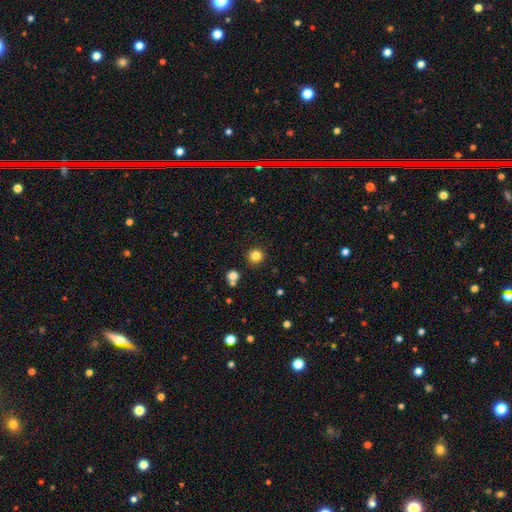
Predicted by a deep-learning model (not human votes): A smooth galaxy with no disk features (83%) that is round (94%).

Vote fractions:
- Smooth or featured? smooth: 83% / star or artifact: 13% / featured or disk: 5%
- How rounded? round: 94% / in between: 5% / cigar-shaped: 1%
- Merging? none: 90% / minor disturbance: 5% / merger: 3% / major disturbance: 2%